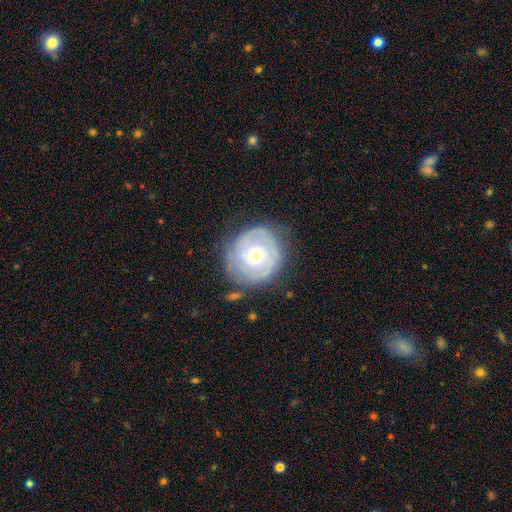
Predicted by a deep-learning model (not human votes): featured or disk 74%, smooth 20%, star or artifact 6%. Down the decision tree: edge-on disk — no (97%); bar — no (70%); spiral arms — yes (90%); spiral arm count — 2 (45%); spiral winding — tight (65%); bulge size — moderate (54%); merging — none (75%).